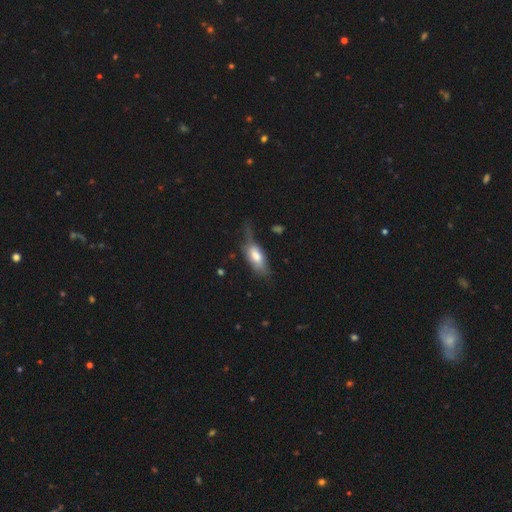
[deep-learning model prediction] Smooth or featured: smooth — 68% (featured or disk — 25%)
How rounded: in between — 82% (cigar-shaped — 15%)
Merging: minor disturbance — 35% (tied with none — 35%)